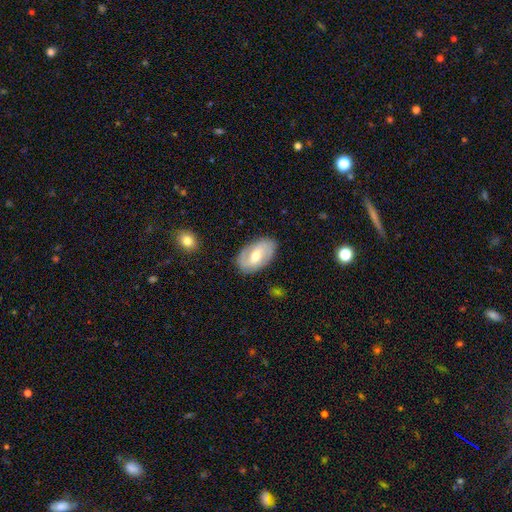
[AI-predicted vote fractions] A featured or disk galaxy (60%) with a weak bar (46%), spiral arms (67%) and a moderate central bulge (70%). Merging: none (83%).